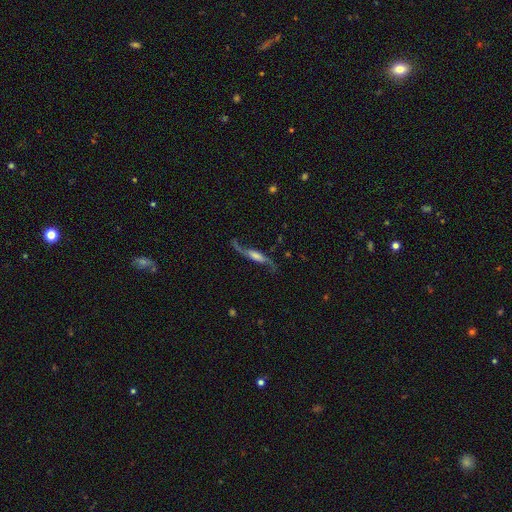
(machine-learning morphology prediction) smooth_or_featured: featured or disk (p=0.84) [alt: smooth p=0.10]
disk_edge_on: no (p=0.74) [alt: yes p=0.26]
bar: weak (p=0.35) [alt: no p=0.34]
has_spiral_arms: yes (p=0.96) [alt: no p=0.04]
spiral_winding: loose (p=0.87) [alt: medium p=0.10]
spiral_arm_count: 2 (p=0.93) [alt: 1 p=0.03]
bulge_size: moderate (p=0.34) [alt: small p=0.28]
merging: none (p=0.73) [alt: minor disturbance p=0.15]